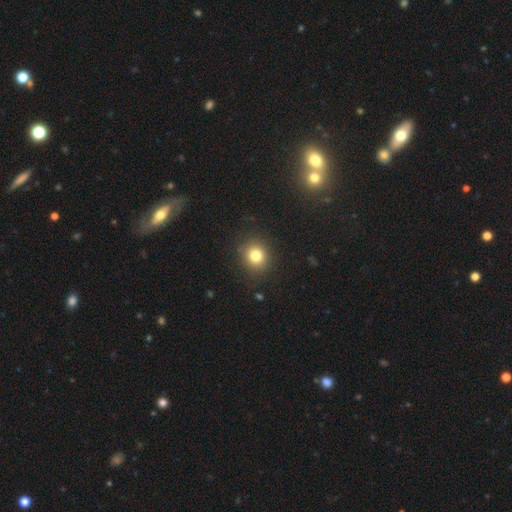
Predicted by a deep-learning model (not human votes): Q: Smooth or featured?
A: smooth (81%); runner-up: star or artifact (12%)
Q: How rounded?
A: round (87%); runner-up: in between (12%)
Q: Merging?
A: none (88%); runner-up: minor disturbance (8%)